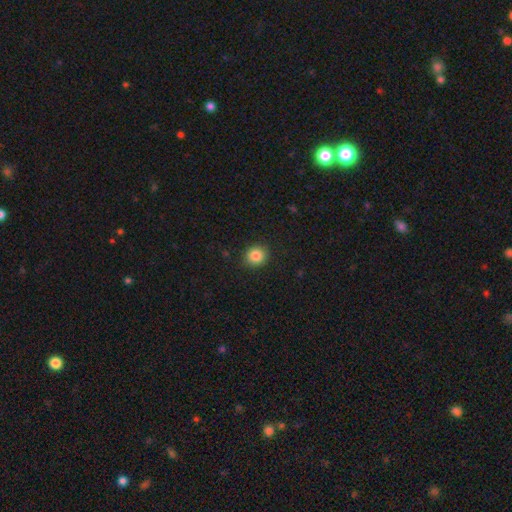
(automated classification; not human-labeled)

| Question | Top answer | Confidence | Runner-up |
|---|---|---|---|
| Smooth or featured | smooth | 86% | star or artifact (10%) |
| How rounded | round | 85% | in between (14%) |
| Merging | none | 89% | minor disturbance (8%) |